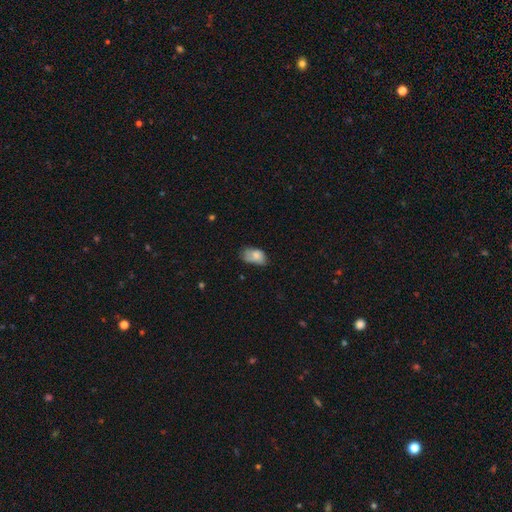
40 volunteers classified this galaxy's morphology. type=smooth (80%); roundness=in between (88%); merging=none (40%, tied with minor disturbance).